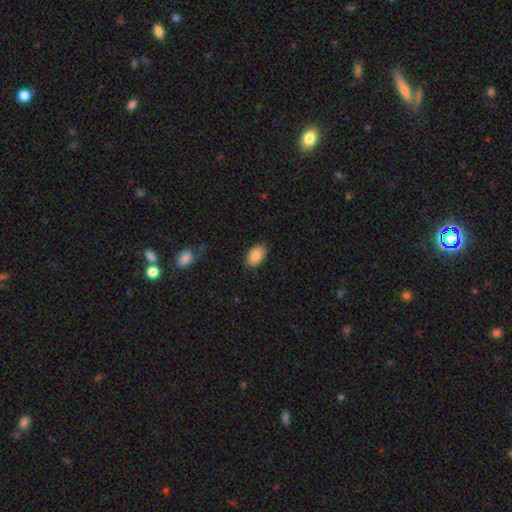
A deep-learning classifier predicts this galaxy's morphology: The model was most divided on "merging": none: 84%, minor disturbance: 12%, major disturbance: 3%, merger: 1%. More confident: how rounded — in between (92%); smooth or featured — smooth (87%).